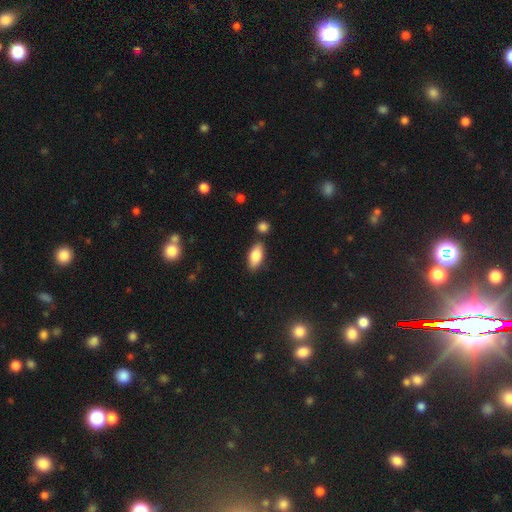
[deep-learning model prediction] Smooth or featured: smooth — 81% (featured or disk — 12%)
How rounded: in between — 86% (cigar-shaped — 12%)
Merging: none — 80% (minor disturbance — 12%)